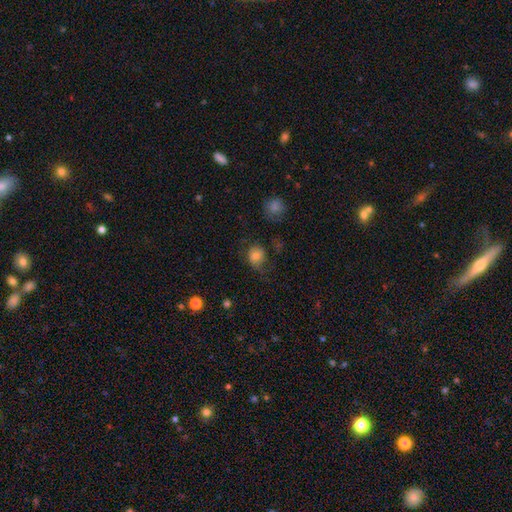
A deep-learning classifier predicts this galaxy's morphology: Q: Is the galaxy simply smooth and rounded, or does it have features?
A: smooth — 72%.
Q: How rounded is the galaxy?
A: round — 72%.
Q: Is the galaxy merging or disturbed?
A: none — 51%.